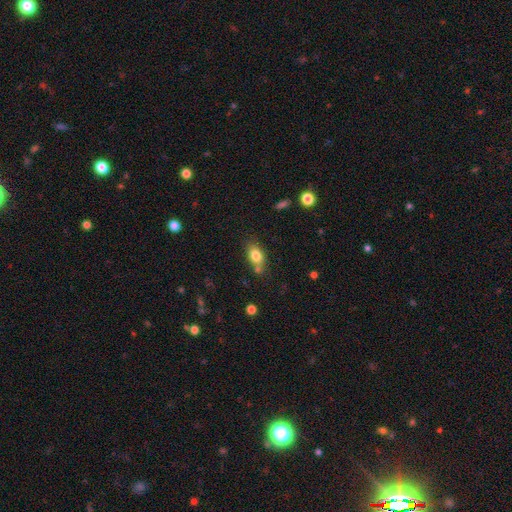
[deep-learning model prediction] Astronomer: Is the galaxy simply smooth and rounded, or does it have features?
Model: smooth — 80%.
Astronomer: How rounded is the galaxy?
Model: in between — 81%.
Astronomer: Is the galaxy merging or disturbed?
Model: none — 61%.